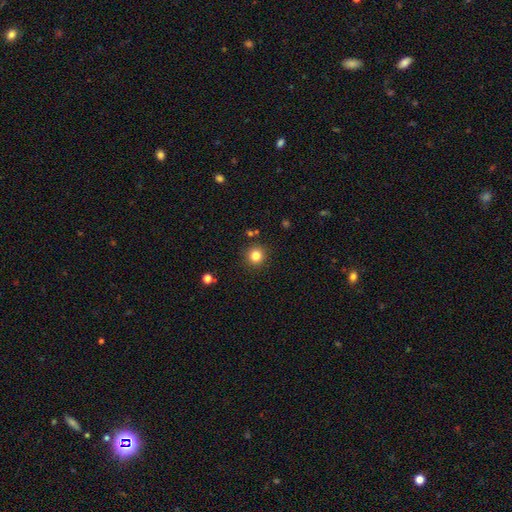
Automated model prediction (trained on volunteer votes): Smooth or featured: smooth — 82% (star or artifact — 12%)
How rounded: round — 95% (in between — 4%)
Merging: none — 90% (minor disturbance — 6%)